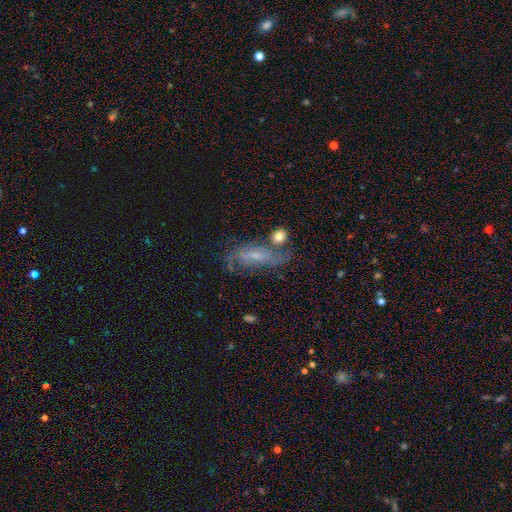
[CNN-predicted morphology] A featured or disk galaxy (64%) with no bar (45%), spiral arms (79%) and a small central bulge (64%). Merging: none (48%).